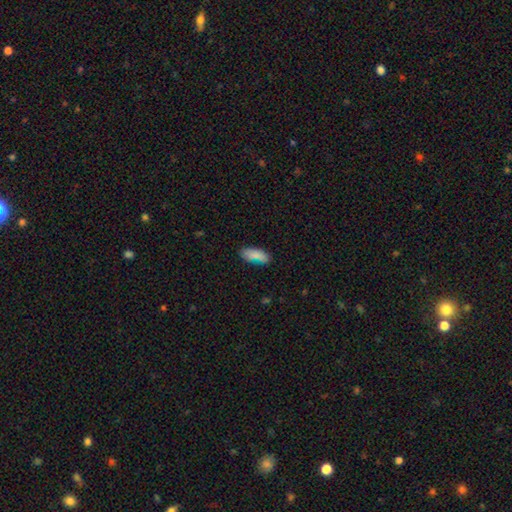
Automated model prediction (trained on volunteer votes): A smooth galaxy with no disk features (85%) that is in between round and cigar-shaped (79%).

Vote fractions:
- Smooth or featured? smooth: 85% / star or artifact: 8% / featured or disk: 7%
- How rounded? in between: 79% / cigar-shaped: 19% / round: 2%
- Merging? none: 73% / minor disturbance: 19% / merger: 4% / major disturbance: 4%